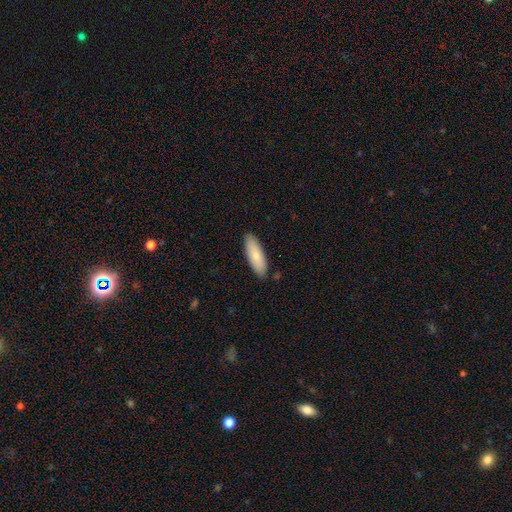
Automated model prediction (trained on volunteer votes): This appears to be a smooth galaxy with no disk features (79%) that is in between round and cigar-shaped (60%). Merging: none (87%).